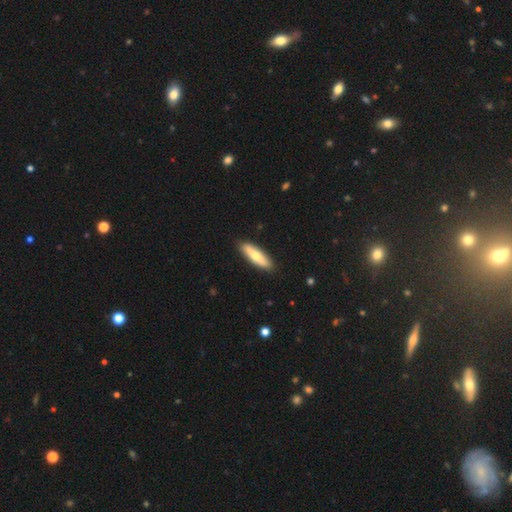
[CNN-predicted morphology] smooth_or_featured: smooth (p=0.62) [alt: featured or disk p=0.33]
how_rounded: cigar-shaped (p=0.62) [alt: in between p=0.37]
merging: none (p=0.90) [alt: minor disturbance p=0.08]